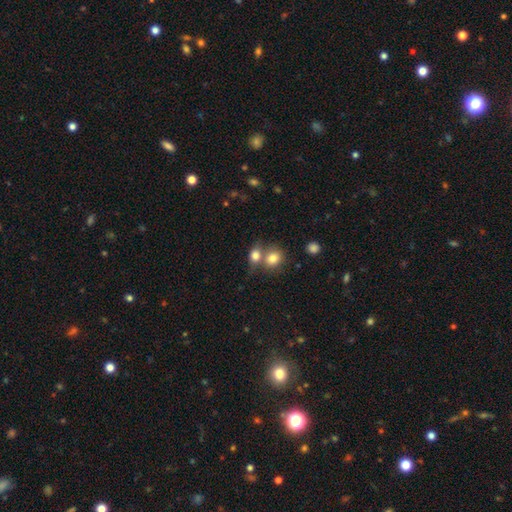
Overall: smooth (84%). How rounded: in between (45%; round 42%). Merging: merger (49%; none 31%).